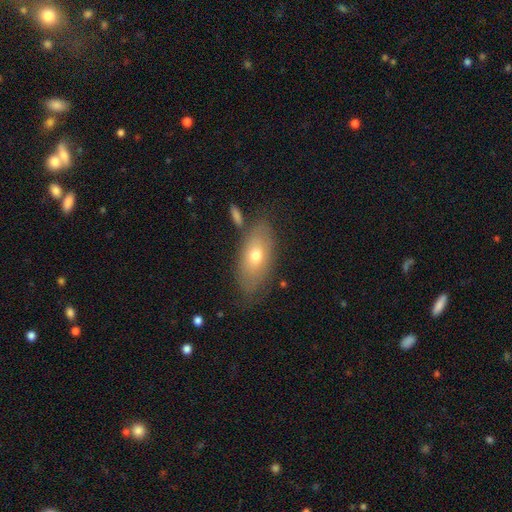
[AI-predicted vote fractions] Smooth or featured: smooth — 66% (featured or disk — 26%)
How rounded: in between — 88% (cigar-shaped — 7%)
Merging: none — 71% (minor disturbance — 17%)